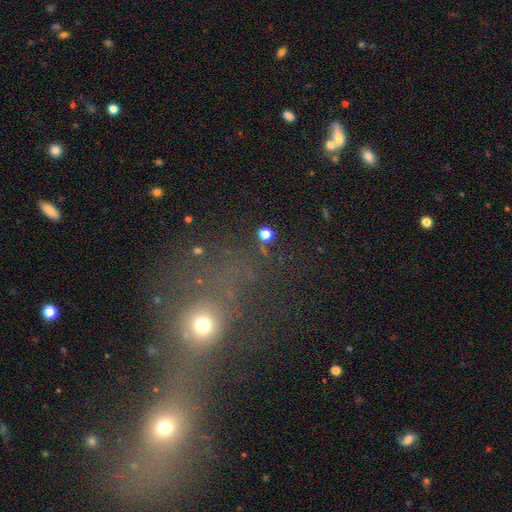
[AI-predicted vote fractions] Smooth or featured?
  - smooth: 45% *
  - star or artifact: 39%
  - featured or disk: 16%
Merging?
  - merger: 73% *
  - none: 16%
  - major disturbance: 7%
  - minor disturbance: 5%